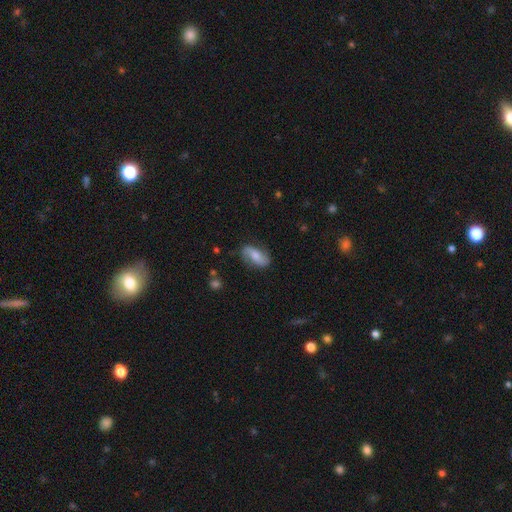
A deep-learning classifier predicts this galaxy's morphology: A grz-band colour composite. It shows a smooth galaxy with no disk features (49%). Merging: none (75%).